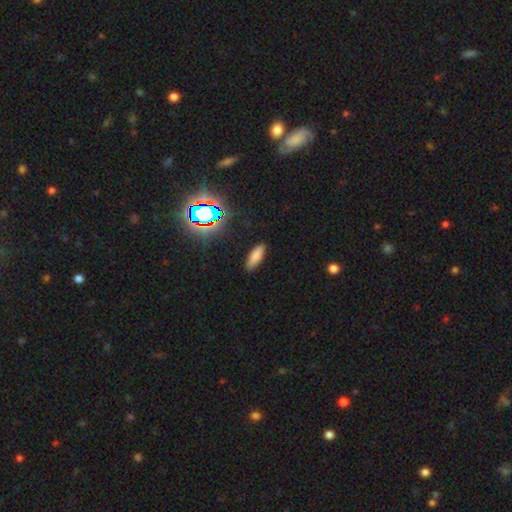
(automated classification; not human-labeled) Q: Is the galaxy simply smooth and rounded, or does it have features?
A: smooth — 77%.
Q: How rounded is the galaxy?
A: in between — 62%.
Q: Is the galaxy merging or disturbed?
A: none — 87%.